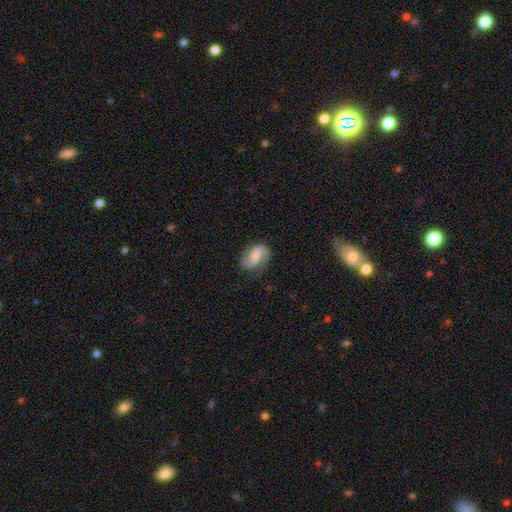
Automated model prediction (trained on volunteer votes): Smooth or featured: featured or disk — 57% (smooth — 36%)
Edge-on disk: no — 97% (yes — 3%)
Bar: no — 41% (weak — 39%)
Spiral arms: yes — 91% (no — 9%)
Bulge size: small — 38% (moderate — 29%)
Merging: none — 62% (minor disturbance — 24%)